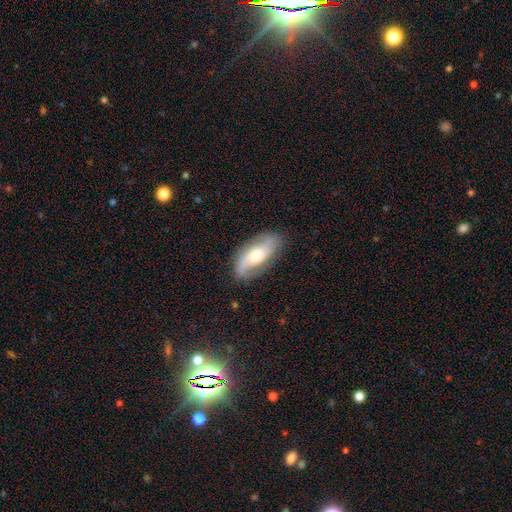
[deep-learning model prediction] Smooth or featured? Predicted: featured or disk (p=0.69). Edge-on disk? Predicted: no (p=0.91). Bar? Predicted: no (p=0.52). Spiral arms? Predicted: yes (p=0.90). Spiral winding? Predicted: medium (p=0.41). Spiral arm count? Predicted: 2 (p=0.84). Bulge size? Predicted: moderate (p=0.58). Merging? Predicted: none (p=0.80).